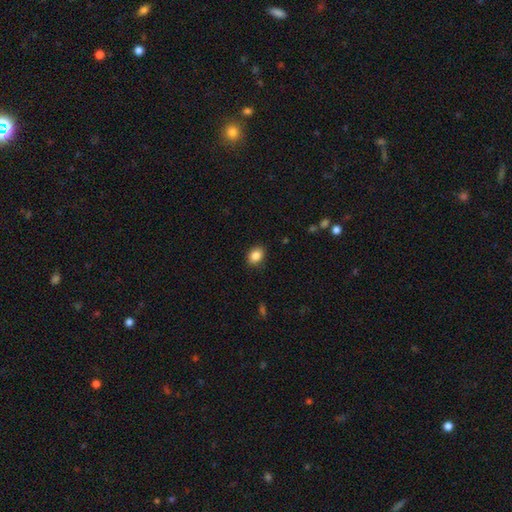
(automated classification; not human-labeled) Q: Smooth or featured?
A: smooth (87%); runner-up: star or artifact (9%)
Q: How rounded?
A: in between (60%); runner-up: round (39%)
Q: Merging?
A: none (87%); runner-up: minor disturbance (9%)